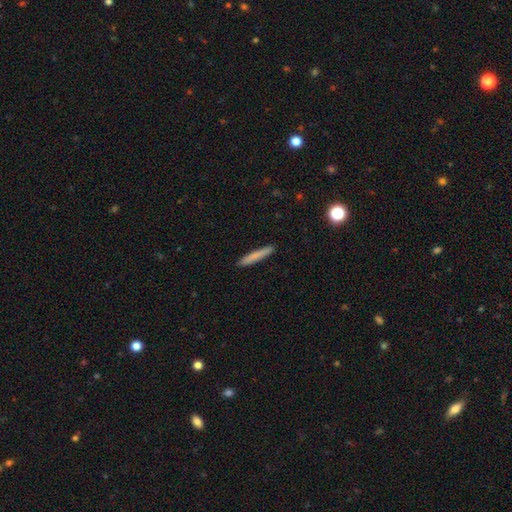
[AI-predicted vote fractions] This is likely a smooth galaxy (77%). How rounded: clearly cigar-shaped (95%). Merging: clearly none (92%).